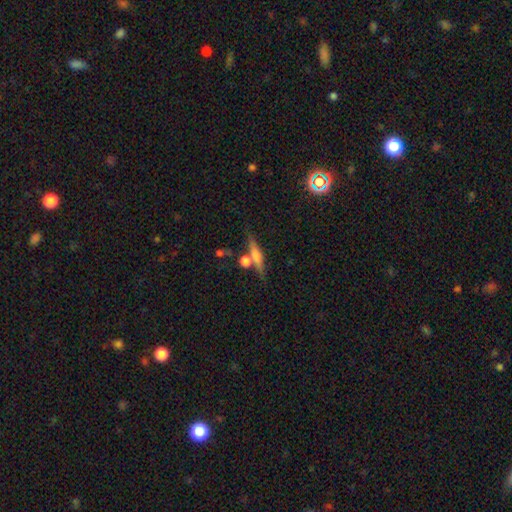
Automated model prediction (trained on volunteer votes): Smooth or featured?
  - smooth: 45% * (tied)
  - featured or disk: 45% * (tied)
  - star or artifact: 10%
Merging?
  - none: 72% *
  - merger: 13%
  - minor disturbance: 11%
  - major disturbance: 4%